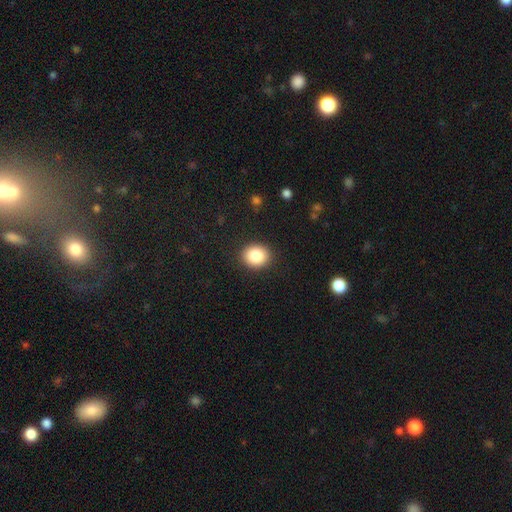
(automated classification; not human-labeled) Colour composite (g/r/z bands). It shows a smooth galaxy with no disk features (86%) that is round (64%). Merging: none (90%).